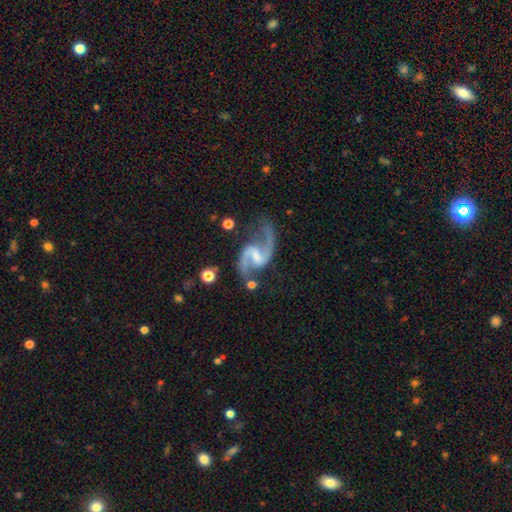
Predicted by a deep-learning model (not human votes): smooth-or-featured: featured or disk: 93% | star or artifact: 4% | smooth: 3%
  disk-edge-on: no: 98% | yes: 2%
    bar: weak: 54% | strong: 26% | no: 19%
    has-spiral-arms: yes: 98% | no: 2%
      spiral-winding: loose: 57% | medium: 37% | tight: 6%
      spiral-arm-count: 2: 94% | 1: 2% | can't tell: 1% | 3: 1% | 4: 1% | more than 4: 1%
    bulge-size: small: 38% | none: 30% | moderate: 27% | large: 4% | dominant: 1%
  merging: none: 70% | minor disturbance: 16% | major disturbance: 9% | merger: 5%